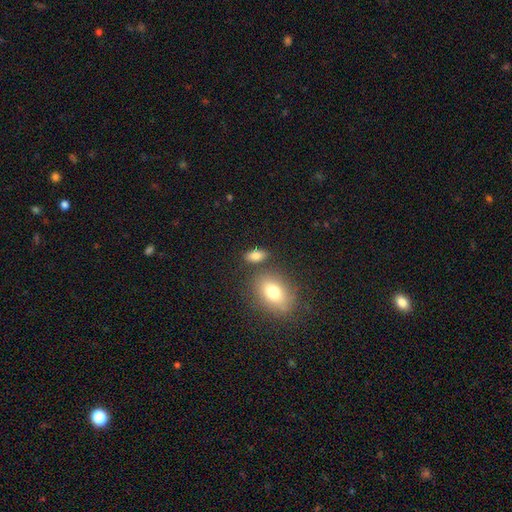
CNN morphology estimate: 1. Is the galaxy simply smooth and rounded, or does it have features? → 82% smooth, 9% star or artifact, 9% featured or disk.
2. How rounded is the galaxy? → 86% in between, 9% round, 5% cigar-shaped.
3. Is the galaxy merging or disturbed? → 76% none, 12% minor disturbance, 9% merger, 4% major disturbance.